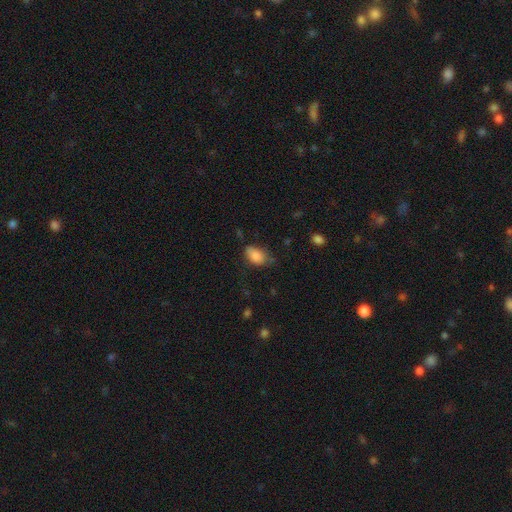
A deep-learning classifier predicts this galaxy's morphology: smooth_or_featured: smooth (p=0.85) [alt: star or artifact p=0.08]
how_rounded: in between (p=0.86) [alt: round p=0.13]
merging: none (p=0.57) [alt: minor disturbance p=0.32]